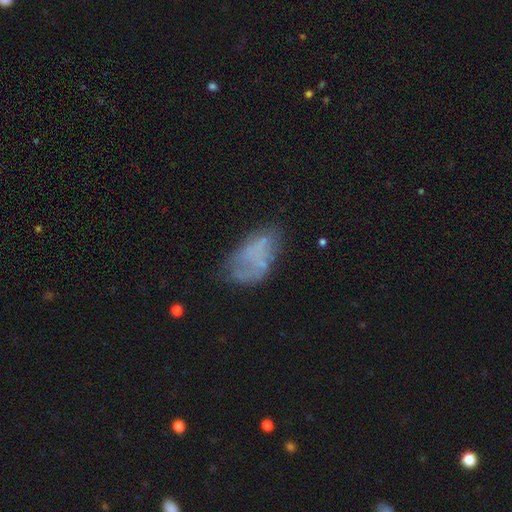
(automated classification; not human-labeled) Smooth or featured? smooth (47%)
Merging? none (42%)